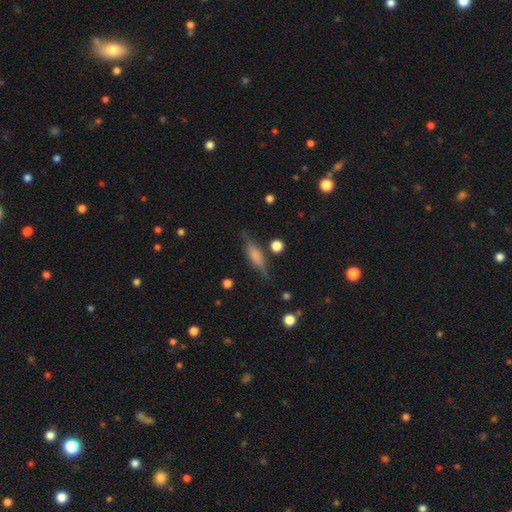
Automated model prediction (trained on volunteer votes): The model was most divided on "smooth or featured": smooth: 53%, featured or disk: 39%, star or artifact: 8%. More confident: merging — none (74%); how rounded — cigar-shaped (59%).